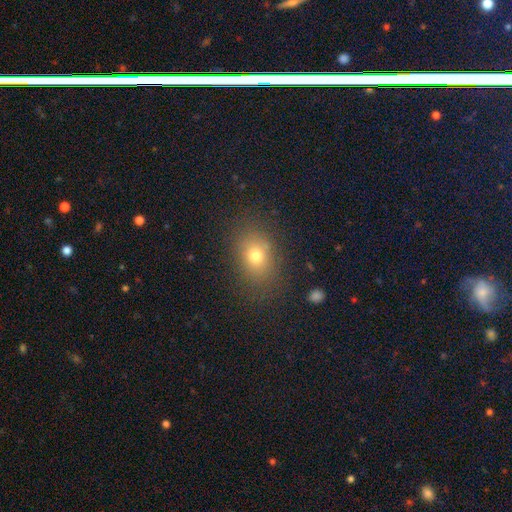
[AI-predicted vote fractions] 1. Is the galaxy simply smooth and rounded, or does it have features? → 74% smooth, 14% star or artifact, 12% featured or disk.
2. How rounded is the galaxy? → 66% in between, 33% round, 1% cigar-shaped.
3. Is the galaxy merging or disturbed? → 80% none, 13% minor disturbance, 5% major disturbance, 2% merger.